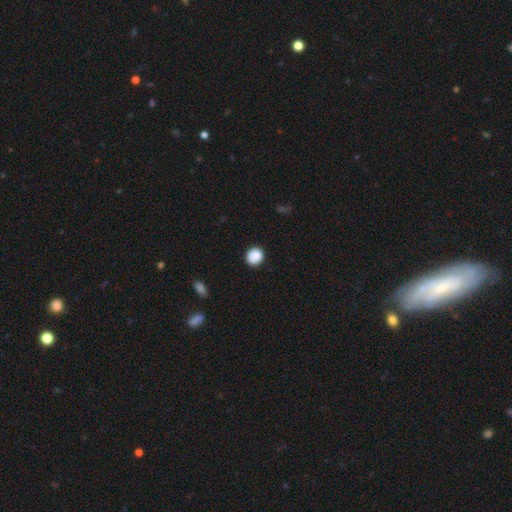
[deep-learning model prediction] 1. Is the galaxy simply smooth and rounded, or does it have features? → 88% smooth, 8% star or artifact, 4% featured or disk.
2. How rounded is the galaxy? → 85% round, 14% in between, 1% cigar-shaped.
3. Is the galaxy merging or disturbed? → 88% none, 8% minor disturbance, 2% major disturbance, 1% merger.